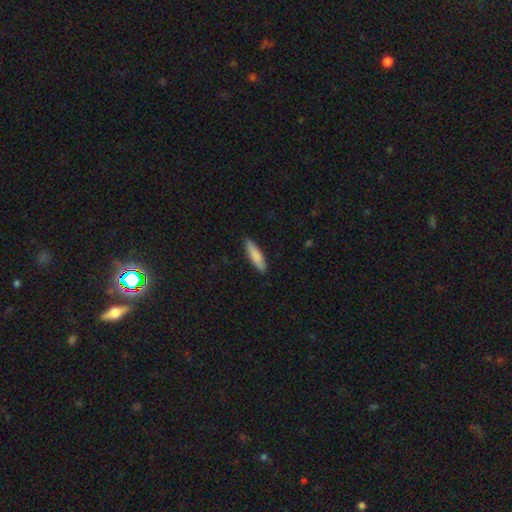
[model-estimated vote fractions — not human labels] This is clearly a smooth galaxy (85%). How rounded: likely cigar-shaped (72%). Merging: clearly none (88%).